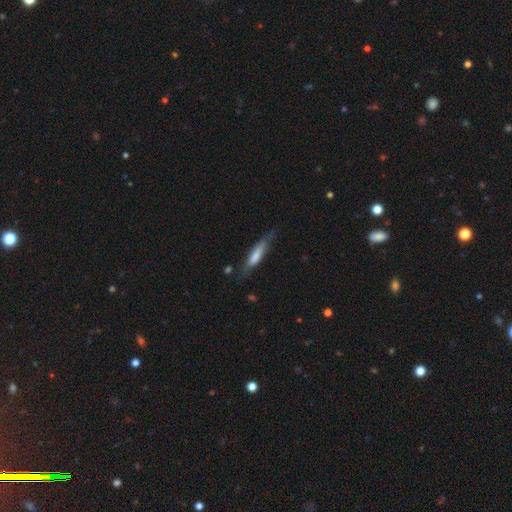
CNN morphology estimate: Smooth or featured? Predicted: smooth (p=0.64). How rounded? Predicted: cigar-shaped (p=0.81). Merging? Predicted: none (p=0.68).